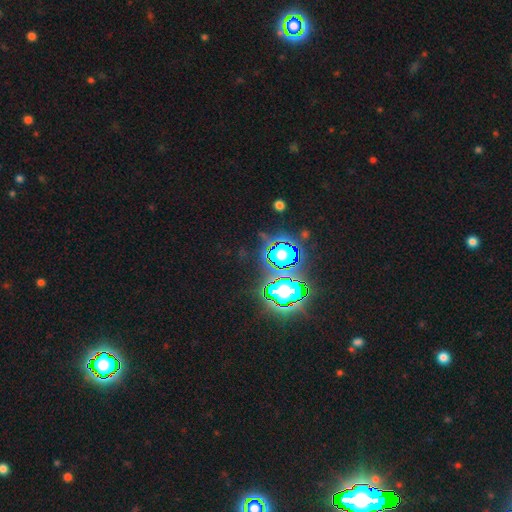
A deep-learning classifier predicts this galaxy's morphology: Smooth or featured? Predicted: star or artifact (p=0.83).